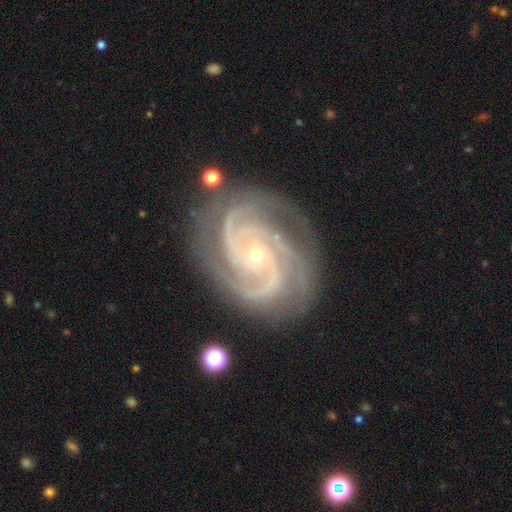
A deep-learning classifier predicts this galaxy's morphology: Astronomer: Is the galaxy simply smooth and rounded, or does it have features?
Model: featured or disk — 93%.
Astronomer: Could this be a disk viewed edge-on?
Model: no — 98%.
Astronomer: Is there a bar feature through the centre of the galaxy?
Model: no — 70%.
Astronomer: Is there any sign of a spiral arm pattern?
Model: yes — 99%.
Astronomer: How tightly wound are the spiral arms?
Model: tight — 65%.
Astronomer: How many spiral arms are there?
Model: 3 — 47%.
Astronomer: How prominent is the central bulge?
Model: small — 78%.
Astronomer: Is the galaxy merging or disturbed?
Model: none — 78%.